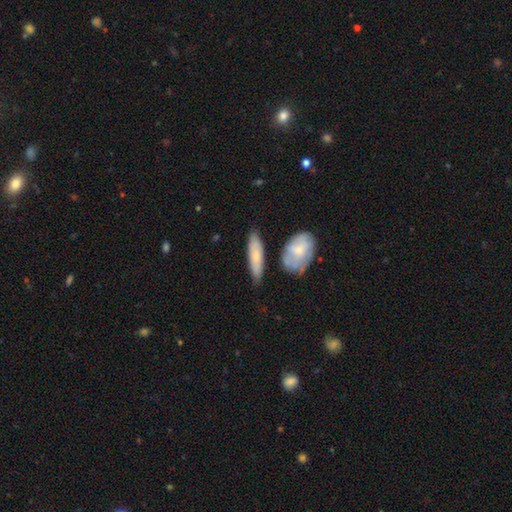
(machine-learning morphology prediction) smooth-or-featured: smooth: 67% | featured or disk: 27% | star or artifact: 6%
  how-rounded: cigar-shaped: 54% | in between: 43% | round: 3%
  merging: none: 67% | minor disturbance: 20% | merger: 9% | major disturbance: 4%